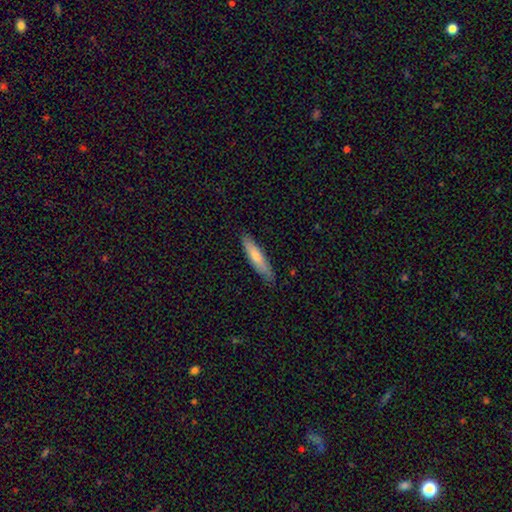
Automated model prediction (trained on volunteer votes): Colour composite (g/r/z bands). It shows a smooth galaxy with no disk features (72%) that is cigar-shaped (81%). Merging: none (83%).